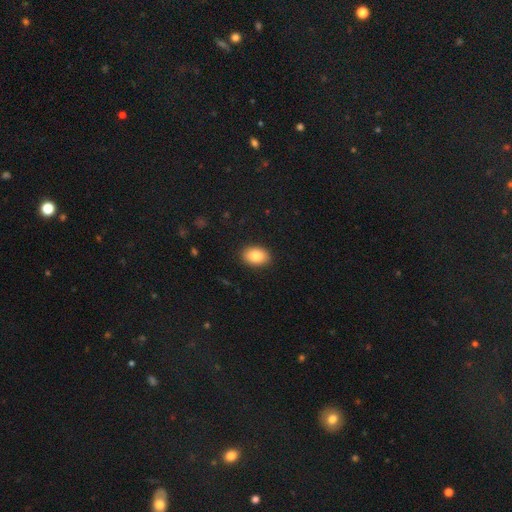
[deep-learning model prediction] A smooth galaxy with no disk features (86%) that is in between round and cigar-shaped (83%). Merging: none (89%).